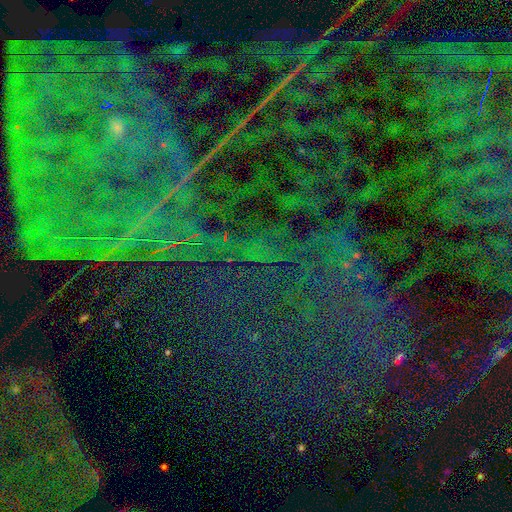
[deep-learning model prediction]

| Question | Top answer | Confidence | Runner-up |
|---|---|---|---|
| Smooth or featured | star or artifact | 82% | featured or disk (10%) |